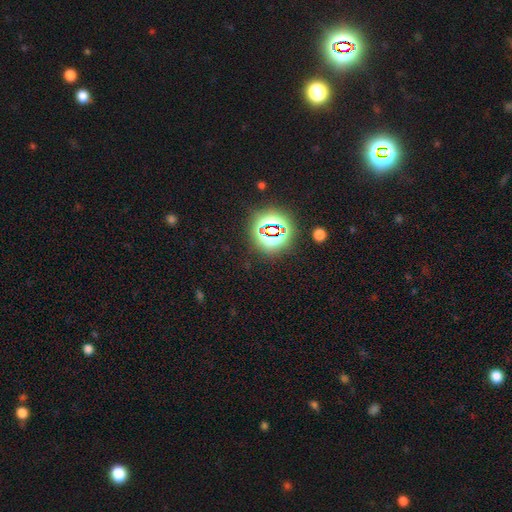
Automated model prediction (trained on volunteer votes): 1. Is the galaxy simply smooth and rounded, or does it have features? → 79% star or artifact, 14% smooth, 7% featured or disk.